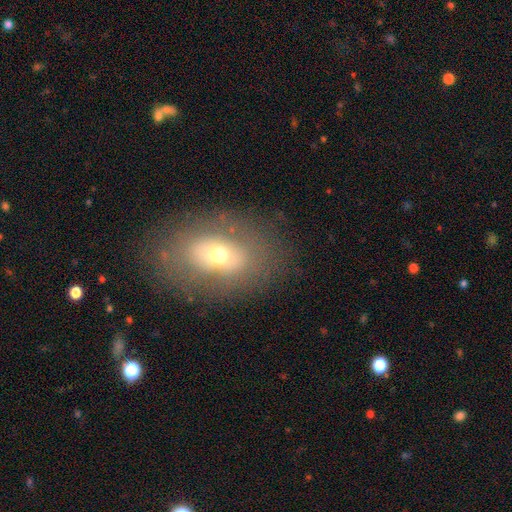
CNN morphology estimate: A smooth galaxy with no disk features (51%) that is in between round and cigar-shaped (78%). Merging: none (81%).